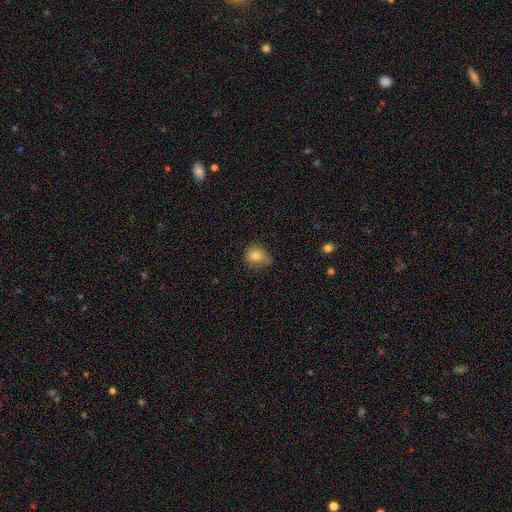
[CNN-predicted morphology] type=smooth (78%); roundness=round (71%); merging=none (58%).